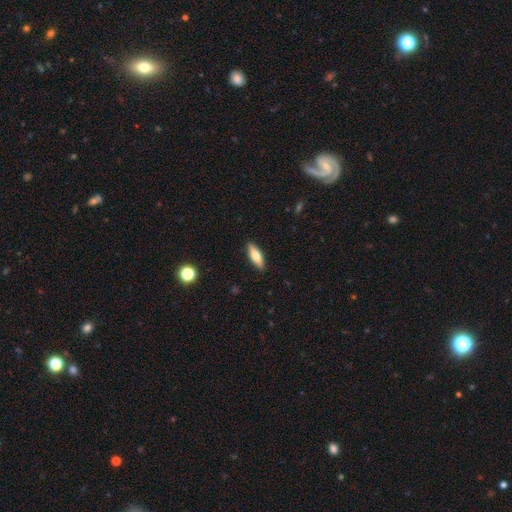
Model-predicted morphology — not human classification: smooth 66%, featured or disk 27%, star or artifact 6%. Down the decision tree: how rounded — in between (50%); merging — none (89%).